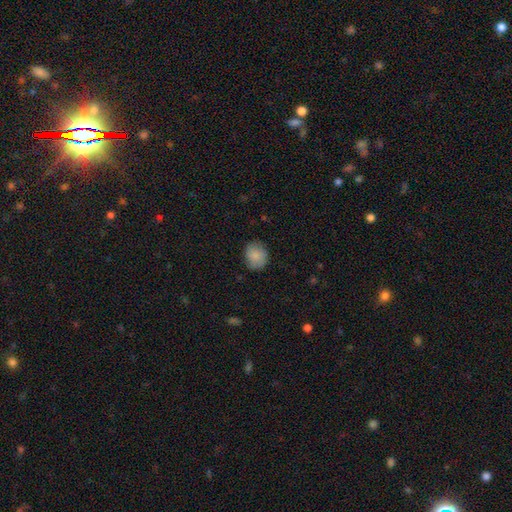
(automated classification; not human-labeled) Smooth or featured?
  - smooth: 85% *
  - featured or disk: 8%
  - star or artifact: 7%
How rounded?
  - round: 73% *
  - in between: 26%
  - cigar-shaped: 1%
Merging?
  - none: 80% *
  - minor disturbance: 16%
  - major disturbance: 4%
  - merger: 1%